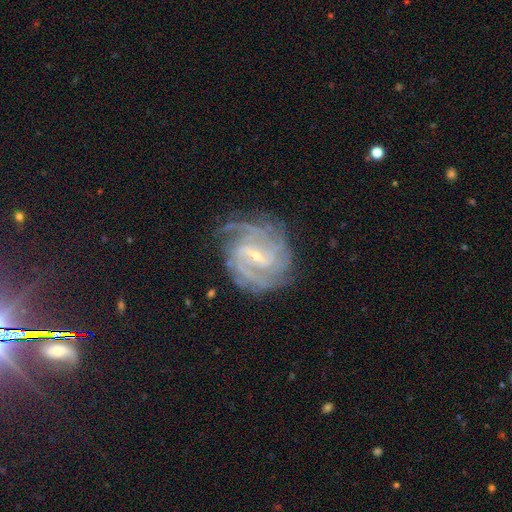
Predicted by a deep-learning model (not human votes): Morphology: type=featured or disk (91%); edge-on=no (97%); bar=weak (47%); spiral arms=yes (98%); winding=tight (59%); arm count=4 (23%); bulge=small (74%); merging=none (74%).